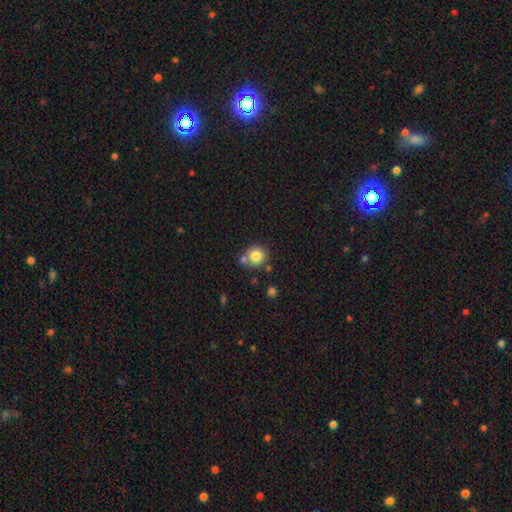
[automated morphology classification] This appears to be a smooth galaxy with no disk features (81%) that is round (88%). Merging: none (66%).